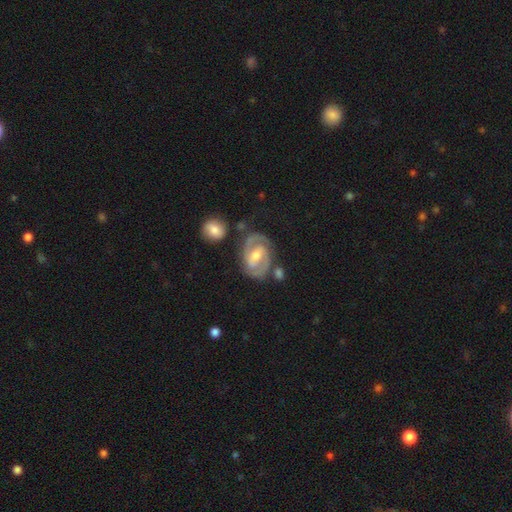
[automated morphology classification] smooth-or-featured: featured or disk: 87% | smooth: 8% | star or artifact: 5%
  disk-edge-on: no: 97% | yes: 3%
    bar: weak: 48% | strong: 31% | no: 22%
    has-spiral-arms: yes: 96% | no: 4%
      spiral-winding: tight: 51% | medium: 42% | loose: 7%
      spiral-arm-count: 2: 90% | can't tell: 4% | 3: 2% | 1: 1% | 4: 1% | more than 4: 1%
    bulge-size: moderate: 63% | small: 29% | large: 5% | none: 2% | dominant: 1%
  merging: none: 76% | minor disturbance: 14% | merger: 5% | major disturbance: 5%